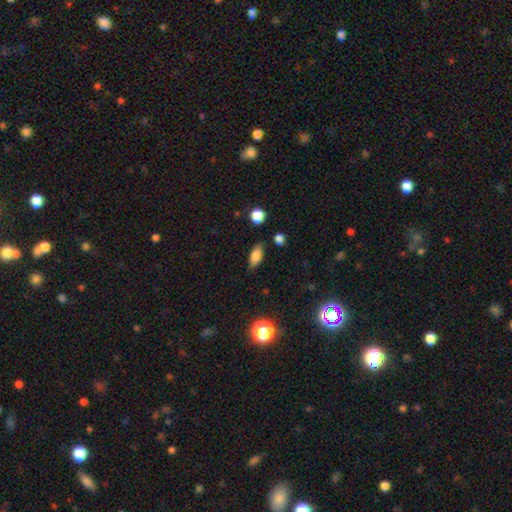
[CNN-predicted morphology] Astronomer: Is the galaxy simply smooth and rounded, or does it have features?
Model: smooth — 78%.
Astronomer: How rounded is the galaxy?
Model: in between — 81%.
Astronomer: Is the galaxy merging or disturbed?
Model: none — 81%.